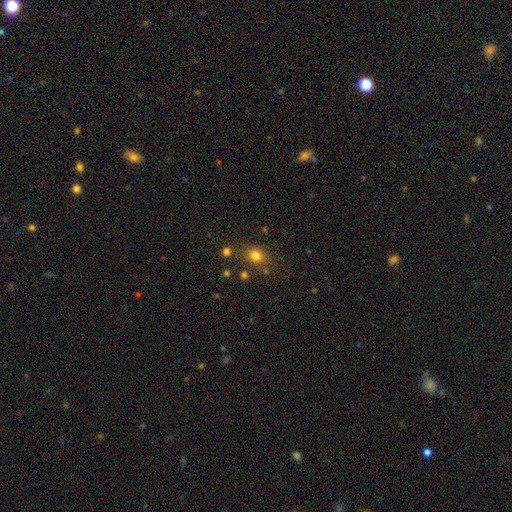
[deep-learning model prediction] smooth_or_featured: smooth (p=0.79) [alt: star or artifact p=0.14]
how_rounded: round (p=0.59) [alt: in between p=0.40]
merging: none (p=0.77) [alt: minor disturbance p=0.13]